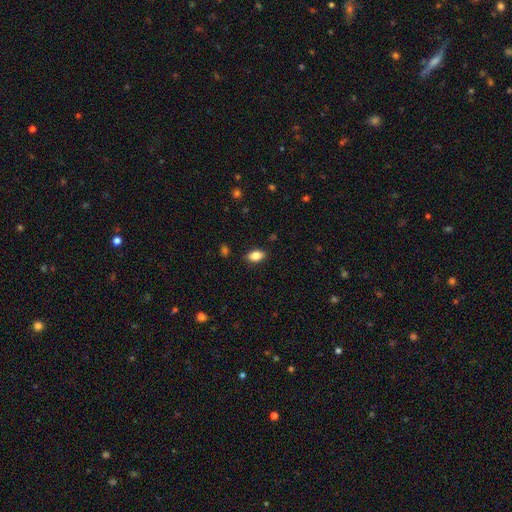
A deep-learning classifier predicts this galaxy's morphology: Smooth or featured? smooth (84%)
How rounded? in between (89%)
Merging? none (87%)